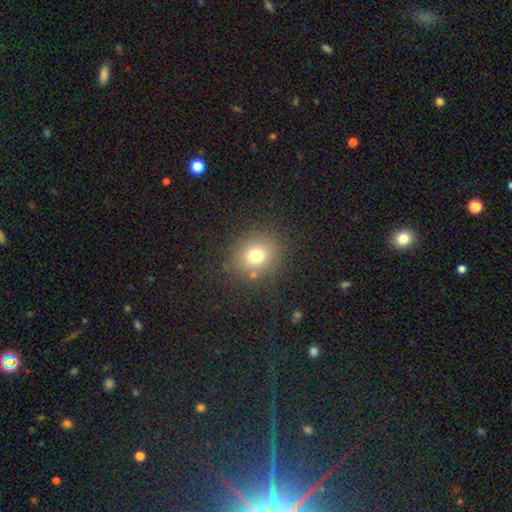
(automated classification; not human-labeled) Smooth or featured? Predicted: smooth (p=0.73). How rounded? Predicted: round (p=0.77). Merging? Predicted: none (p=0.84).